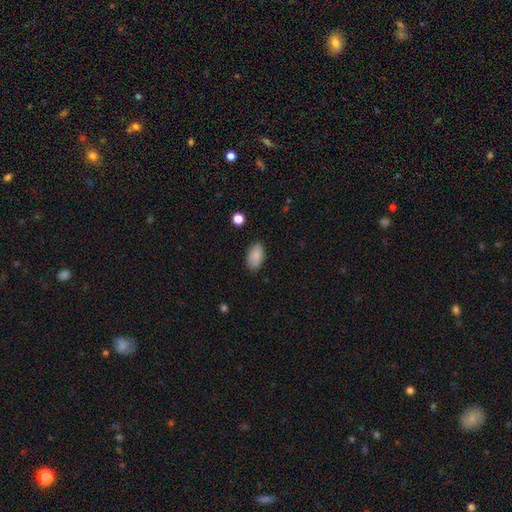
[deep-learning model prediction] A smooth galaxy with no disk features (88%) that is in between round and cigar-shaped (94%).

Vote fractions:
- Smooth or featured? smooth: 88% / star or artifact: 7% / featured or disk: 5%
- How rounded? in between: 94% / round: 4% / cigar-shaped: 2%
- Merging? none: 85% / minor disturbance: 11% / major disturbance: 3% / merger: 1%